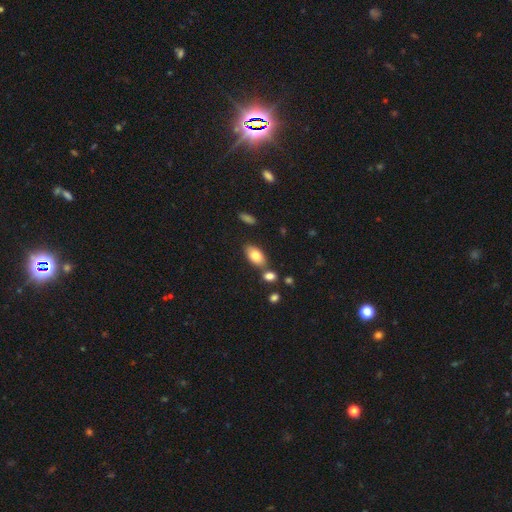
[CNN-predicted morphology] A smooth galaxy with no disk features (80%) that is in between round and cigar-shaped (92%).

Vote fractions:
- Smooth or featured? smooth: 80% / featured or disk: 13% / star or artifact: 7%
- How rounded? in between: 92% / round: 5% / cigar-shaped: 3%
- Merging? none: 71% / merger: 14% / minor disturbance: 12% / major disturbance: 3%